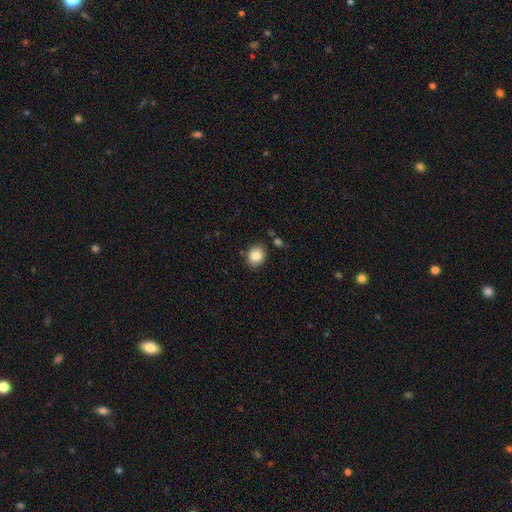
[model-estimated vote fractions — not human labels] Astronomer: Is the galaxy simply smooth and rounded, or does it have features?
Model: smooth — 84%.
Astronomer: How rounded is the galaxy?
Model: round — 65%.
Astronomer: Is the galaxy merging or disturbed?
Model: none — 84%.